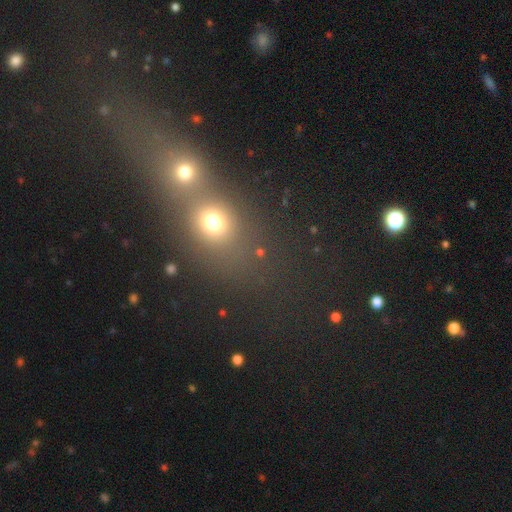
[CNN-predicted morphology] smooth 44%, star or artifact 39%, featured or disk 17%. Down the decision tree: merging — merger (58%).